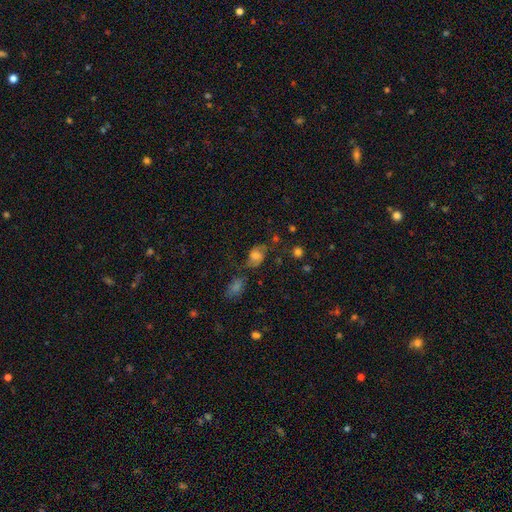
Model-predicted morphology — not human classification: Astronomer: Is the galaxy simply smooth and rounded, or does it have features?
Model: smooth — 57%.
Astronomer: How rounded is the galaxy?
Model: in between — 67%.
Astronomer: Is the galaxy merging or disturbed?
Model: none — 46% (runner-up: minor disturbance, 24%).